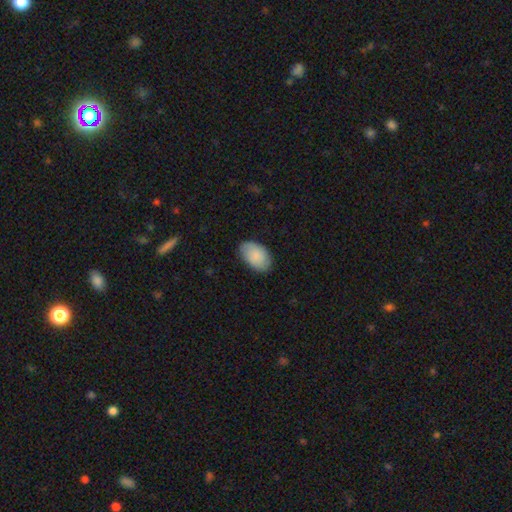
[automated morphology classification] Smooth or featured? Predicted: smooth (p=0.87). How rounded? Predicted: in between (p=0.93). Merging? Predicted: none (p=0.81).